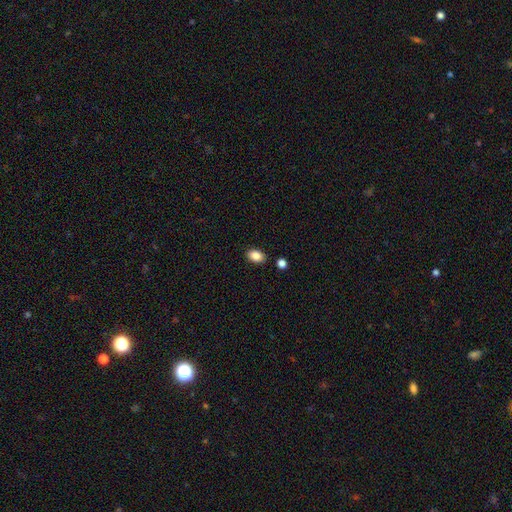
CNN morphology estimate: type=smooth (87%); roundness=in between (86%); merging=none (85%).